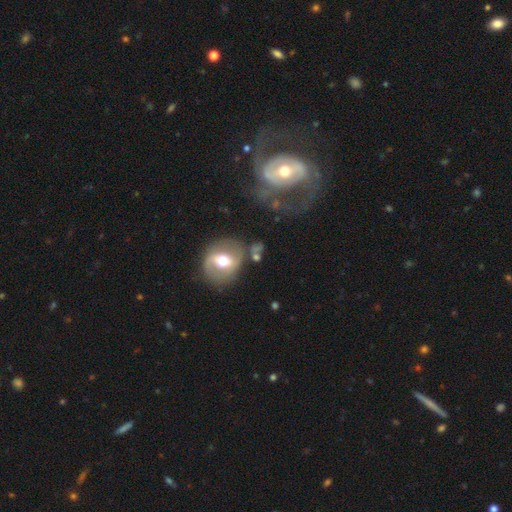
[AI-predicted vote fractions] smooth_or_featured: featured or disk (p=0.52) [alt: smooth p=0.38]
disk_edge_on: no (p=0.90) [alt: yes p=0.10]
merging: none (p=0.60) [alt: minor disturbance p=0.18]